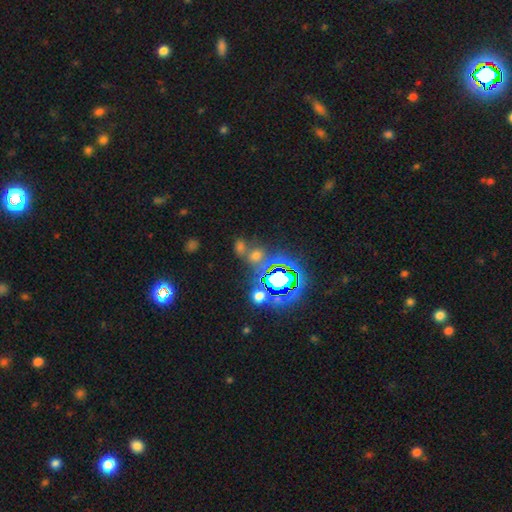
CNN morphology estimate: The model was most divided on "smooth or featured": star or artifact: 47%, smooth: 43%, featured or disk: 10%.